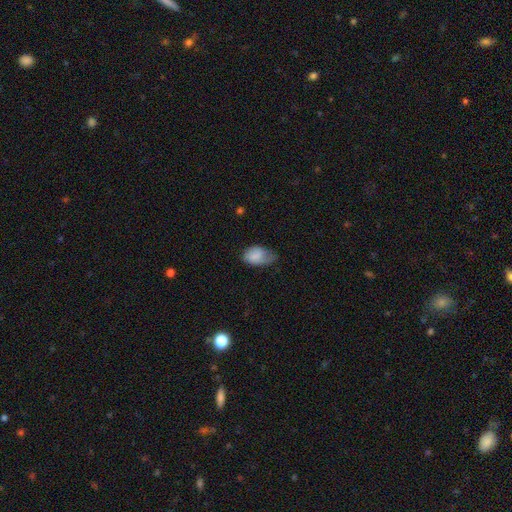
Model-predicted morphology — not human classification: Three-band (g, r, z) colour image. It shows a smooth galaxy with no disk features (80%) that is in between round and cigar-shaped (87%). Merging: minor disturbance (45%).